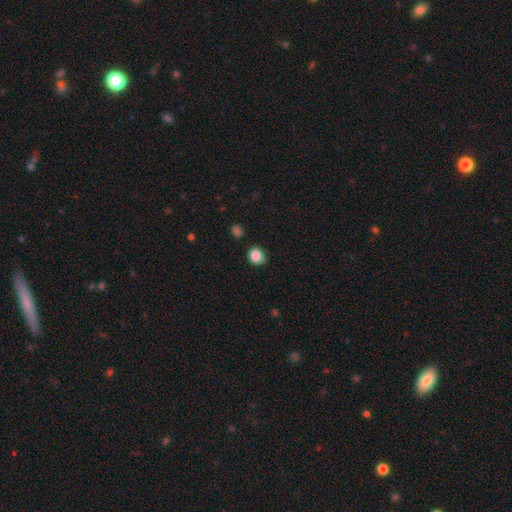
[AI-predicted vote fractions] Morphology: type=smooth (86%); roundness=round (67%); merging=none (72%).